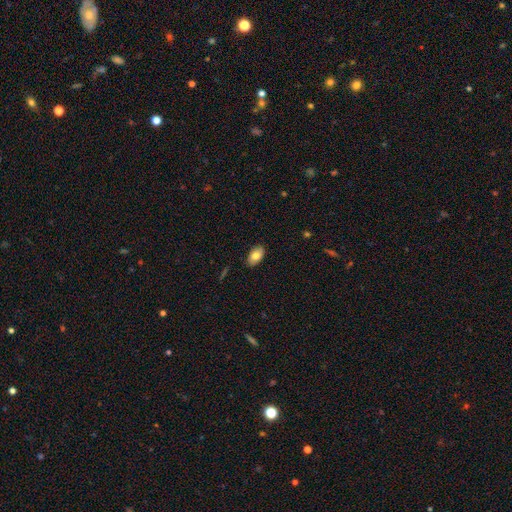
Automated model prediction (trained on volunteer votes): smooth 81%, featured or disk 12%, star or artifact 7%. Down the decision tree: how rounded — in between (93%); merging — none (88%).